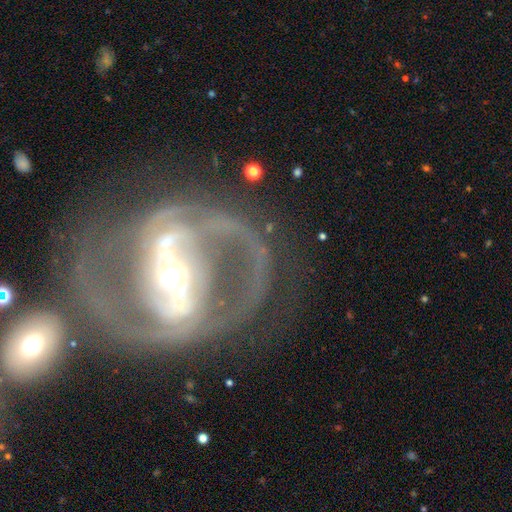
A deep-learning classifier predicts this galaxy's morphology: type=featured or disk (90%); edge-on=no (97%); bar=strong (64%); spiral arms=yes (94%); winding=medium (54%); arm count=2 (85%); bulge=moderate (47%); merging=none (58%).